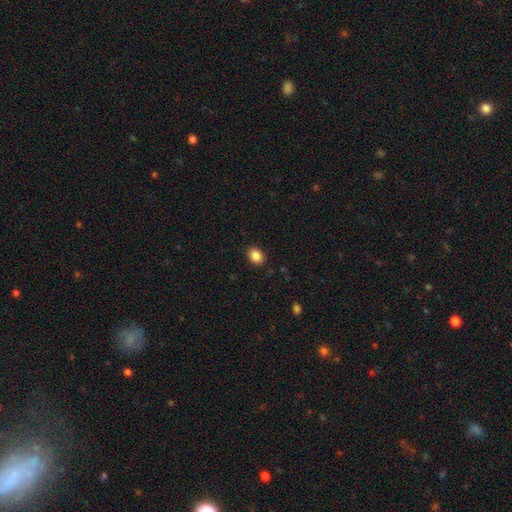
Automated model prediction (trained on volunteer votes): Smooth or featured?
  - smooth: 87% *
  - star or artifact: 9%
  - featured or disk: 4%
How rounded?
  - in between: 59% *
  - round: 40%
  - cigar-shaped: 1%
Merging?
  - none: 89% *
  - minor disturbance: 7%
  - major disturbance: 2%
  - merger: 1%